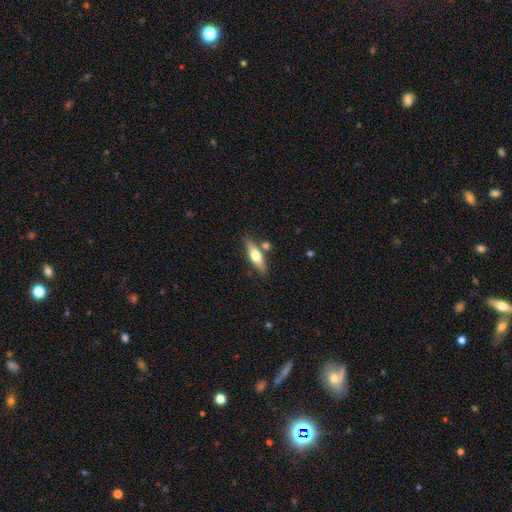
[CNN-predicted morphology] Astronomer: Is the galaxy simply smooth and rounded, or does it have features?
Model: smooth — 54% (runner-up: featured or disk, 40%).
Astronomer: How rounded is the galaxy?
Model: cigar-shaped — 55% (runner-up: in between, 42%).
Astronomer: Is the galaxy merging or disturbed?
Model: none — 75%.